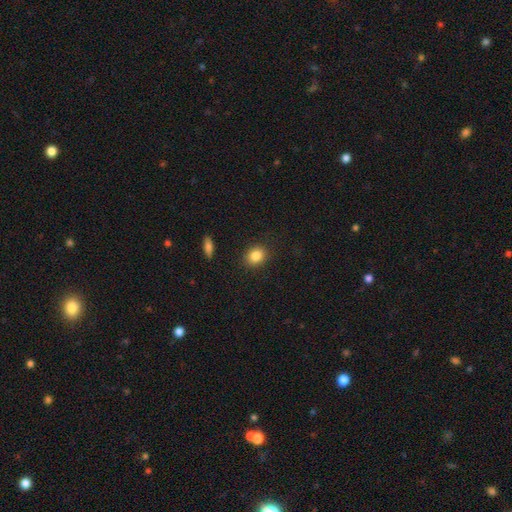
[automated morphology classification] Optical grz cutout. It shows a smooth galaxy with no disk features (86%) that is in between round and cigar-shaped (49%, tied with round). Merging: none (87%).